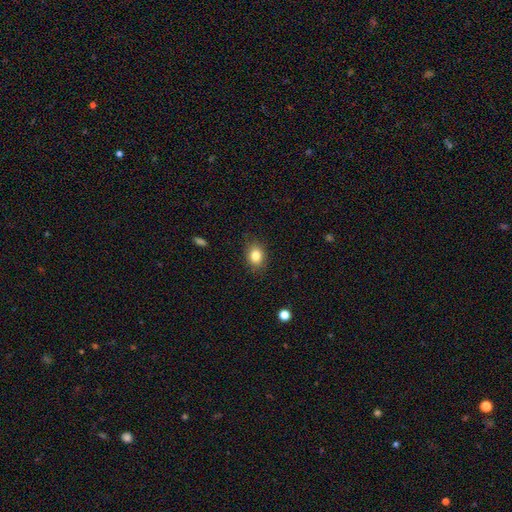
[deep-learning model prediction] This is clearly a smooth galaxy (83%). How rounded: possibly in between (57%). Merging: clearly none (84%).